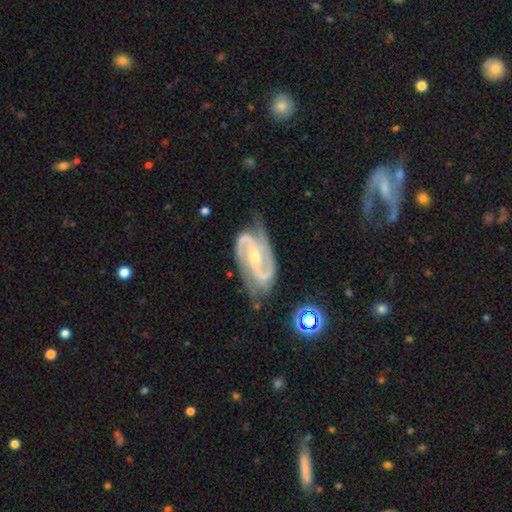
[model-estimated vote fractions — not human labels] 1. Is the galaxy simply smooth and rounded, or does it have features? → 91% featured or disk, 5% star or artifact, 4% smooth.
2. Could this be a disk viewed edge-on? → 96% no, 4% yes.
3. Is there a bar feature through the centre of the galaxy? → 39% strong, 34% weak, 27% no.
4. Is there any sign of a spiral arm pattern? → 98% yes, 2% no.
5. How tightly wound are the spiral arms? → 50% medium, 35% tight, 15% loose.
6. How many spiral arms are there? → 87% 2, 5% 3, 3% can't tell, 2% 1, 2% 4, 1% more than 4.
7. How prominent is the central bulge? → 66% small, 31% moderate, 2% none, 1% large, 1% dominant.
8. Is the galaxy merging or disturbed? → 70% none, 20% minor disturbance, 8% major disturbance, 2% merger.